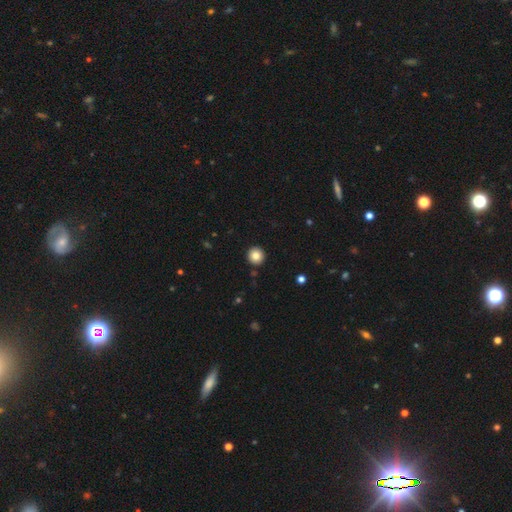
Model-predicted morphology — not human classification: This appears to be a smooth galaxy with no disk features (84%) that is round (96%). Merging: none (93%).